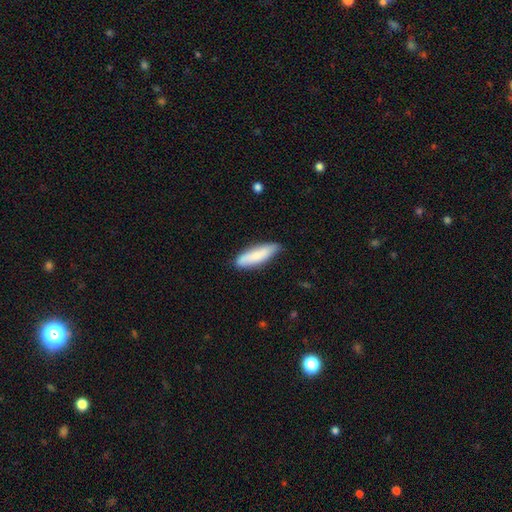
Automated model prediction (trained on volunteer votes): The model was most divided on "how rounded": cigar-shaped: 54%, in between: 45%, round: 2%. More confident: smooth or featured — smooth (76%); merging — none (76%).